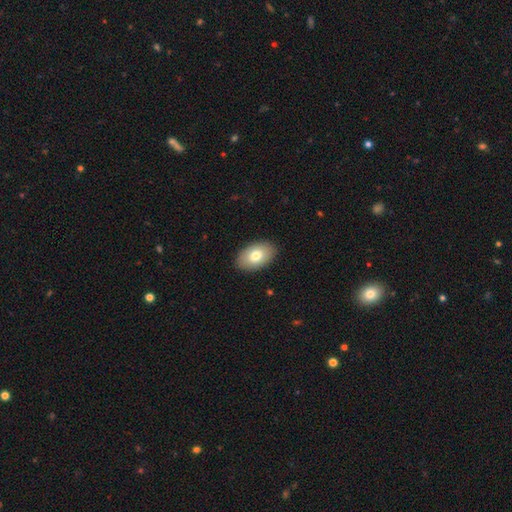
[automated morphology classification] Smooth or featured: smooth — 76% (featured or disk — 17%)
How rounded: in between — 92% (round — 7%)
Merging: none — 89% (minor disturbance — 8%)